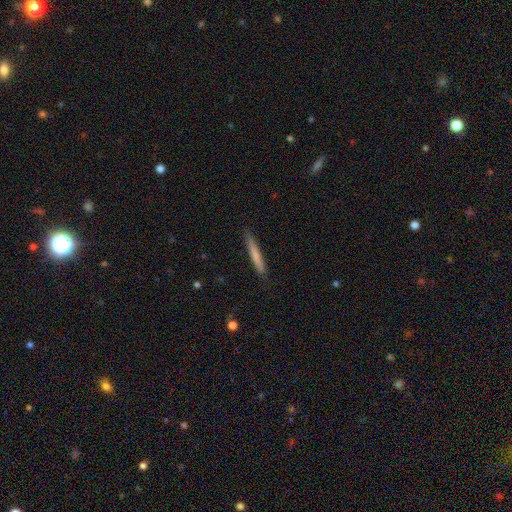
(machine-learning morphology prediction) A smooth galaxy with no disk features (72%) that is cigar-shaped (96%). Merging: none (87%).